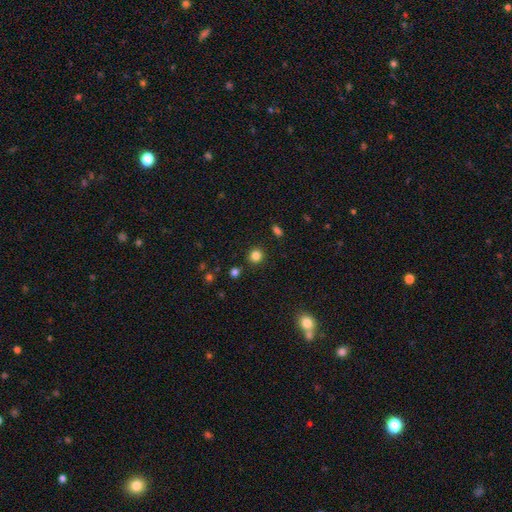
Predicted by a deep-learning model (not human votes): This is clearly a smooth galaxy (83%). How rounded: clearly round (91%). Merging: clearly none (89%).